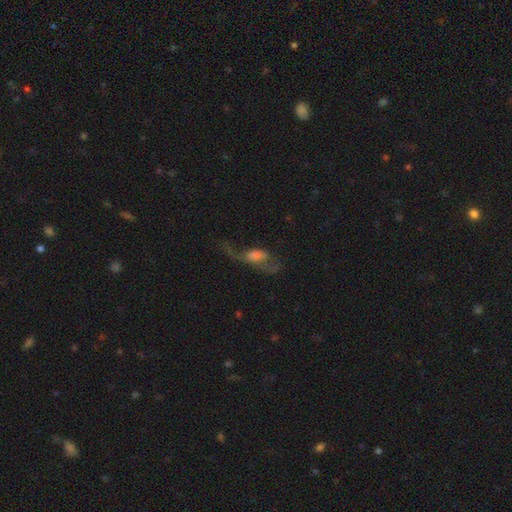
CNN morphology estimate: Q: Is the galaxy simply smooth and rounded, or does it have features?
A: featured or disk — 52%.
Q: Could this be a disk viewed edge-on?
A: no — 80%.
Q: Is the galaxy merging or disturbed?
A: major disturbance — 50%.